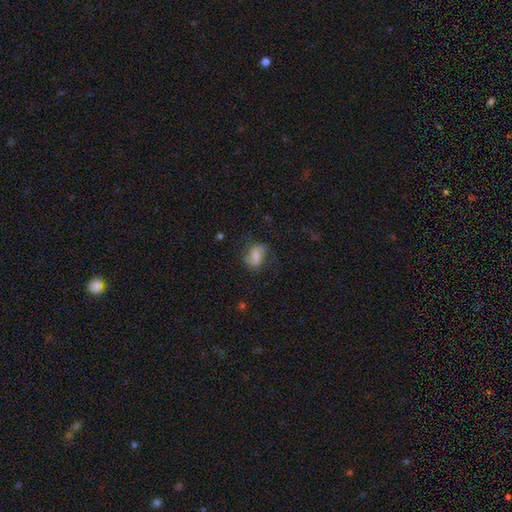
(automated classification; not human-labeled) A featured or disk galaxy (50%). Merging: none (64%).